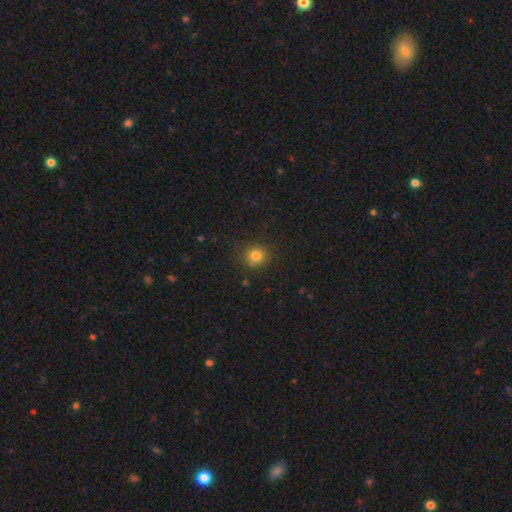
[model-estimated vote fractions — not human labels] A smooth galaxy with no disk features (81%) that is round (87%). Merging: none (85%).